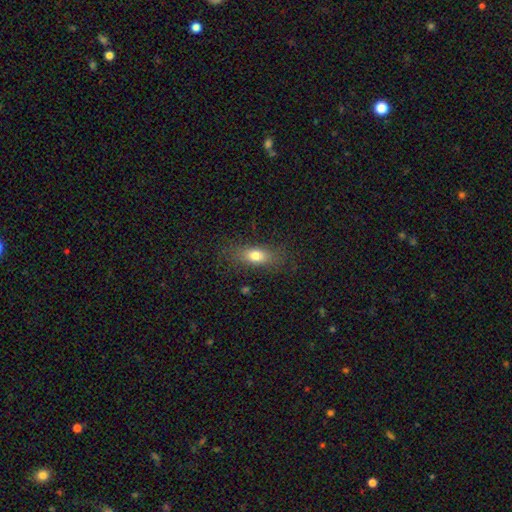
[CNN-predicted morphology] Overall: smooth (76%). How rounded: in between (72%). Merging: none (78%).